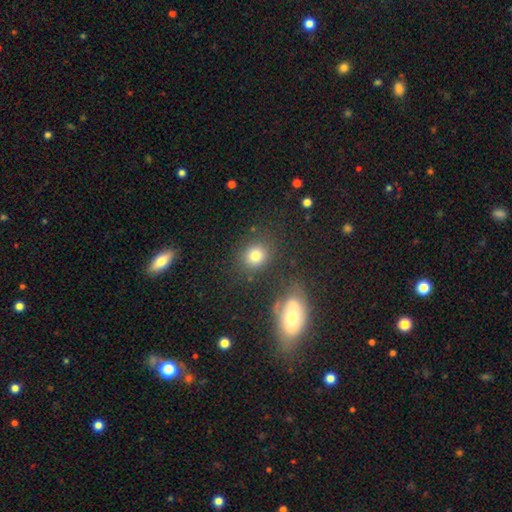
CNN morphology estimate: smooth 78%, star or artifact 13%, featured or disk 9%. Down the decision tree: how rounded — round (76%); merging — none (77%).